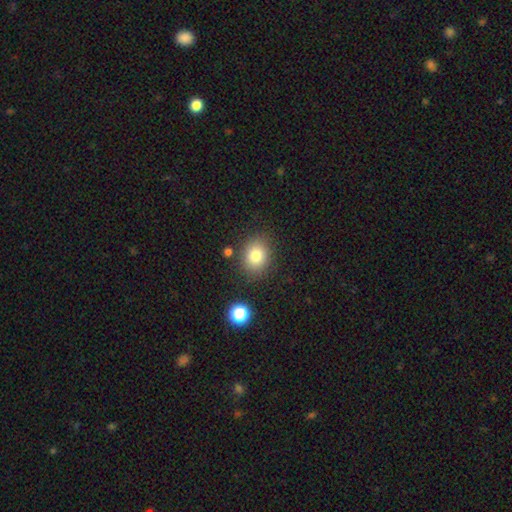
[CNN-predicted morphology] Smooth or featured?
  - smooth: 80% *
  - star or artifact: 11%
  - featured or disk: 8%
How rounded?
  - round: 56% *
  - in between: 43%
  - cigar-shaped: 1%
Merging?
  - none: 82% *
  - minor disturbance: 11%
  - merger: 4%
  - major disturbance: 3%